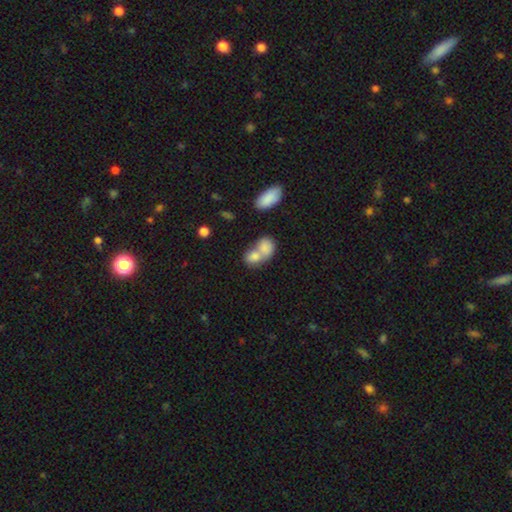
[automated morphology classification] A smooth galaxy with no disk features (77%) that is in between round and cigar-shaped (61%).

Vote fractions:
- Smooth or featured? smooth: 77% / featured or disk: 14% / star or artifact: 9%
- How rounded? in between: 61% / round: 37% / cigar-shaped: 2%
- Merging? merger: 67% / none: 23% / minor disturbance: 6% / major disturbance: 4%